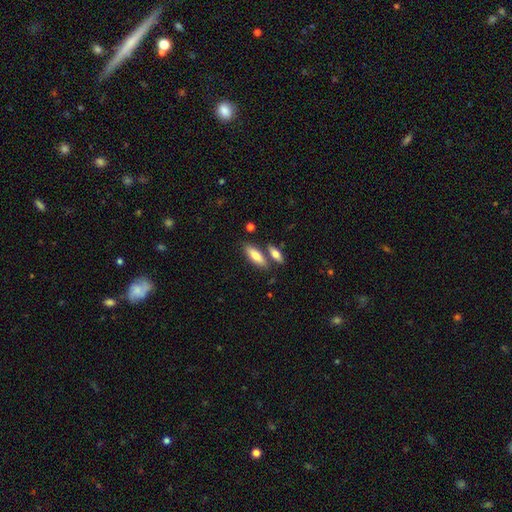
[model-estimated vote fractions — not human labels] This is likely a smooth galaxy (78%). How rounded: possibly in between (58%). Merging: likely none (69%).